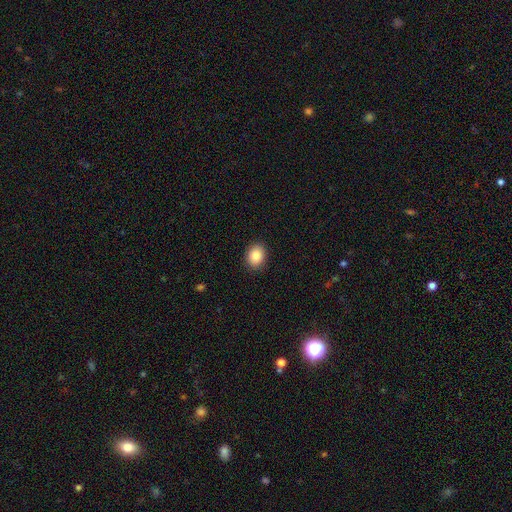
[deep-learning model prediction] Smooth or featured: smooth — 86% (star or artifact — 8%)
How rounded: in between — 50% (round — 49%)
Merging: none — 90% (minor disturbance — 7%)